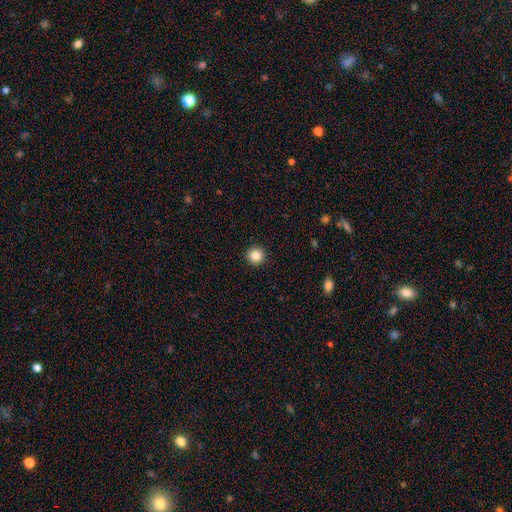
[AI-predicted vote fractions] A smooth galaxy with no disk features (85%) that is round (96%). Merging: none (94%).